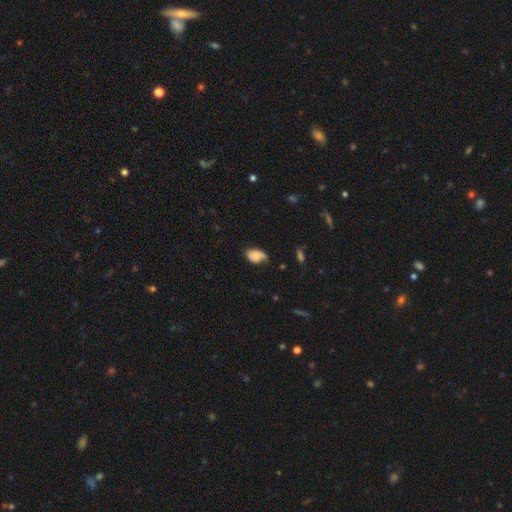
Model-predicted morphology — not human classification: smooth 63%, featured or disk 28%, star or artifact 9%. Down the decision tree: how rounded — in between (84%); merging — none (47%).